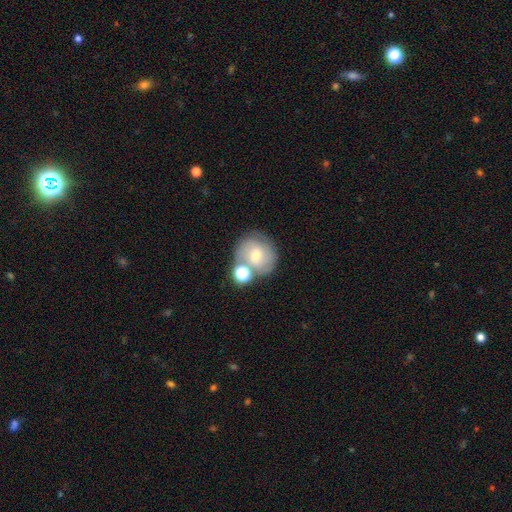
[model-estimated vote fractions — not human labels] This is possibly a smooth galaxy (49%). Merging: possibly none (53%).